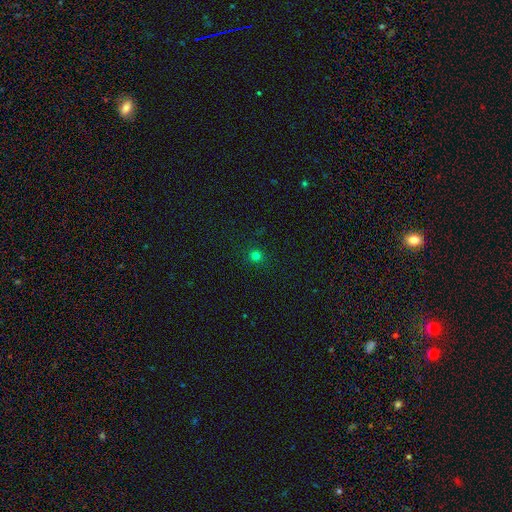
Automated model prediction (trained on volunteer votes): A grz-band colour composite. It shows a smooth galaxy with no disk features (75%) that is round (94%). Merging: none (91%).